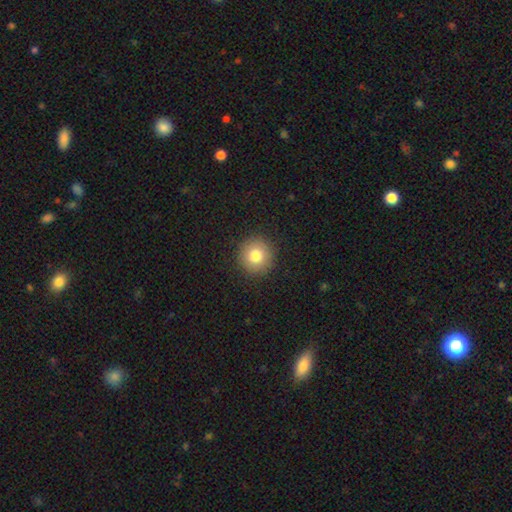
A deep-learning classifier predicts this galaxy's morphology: Smooth or featured?
  - smooth: 80% *
  - star or artifact: 11%
  - featured or disk: 10%
How rounded?
  - round: 95% *
  - in between: 5%
  - cigar-shaped: 1%
Merging?
  - none: 92% *
  - minor disturbance: 5%
  - major disturbance: 2%
  - merger: 1%